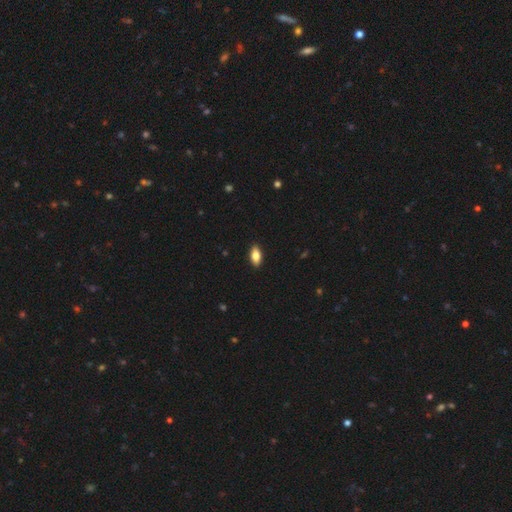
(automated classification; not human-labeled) Q: Smooth or featured?
A: smooth (78%); runner-up: featured or disk (15%)
Q: How rounded?
A: in between (88%); runner-up: cigar-shaped (9%)
Q: Merging?
A: none (90%); runner-up: minor disturbance (7%)